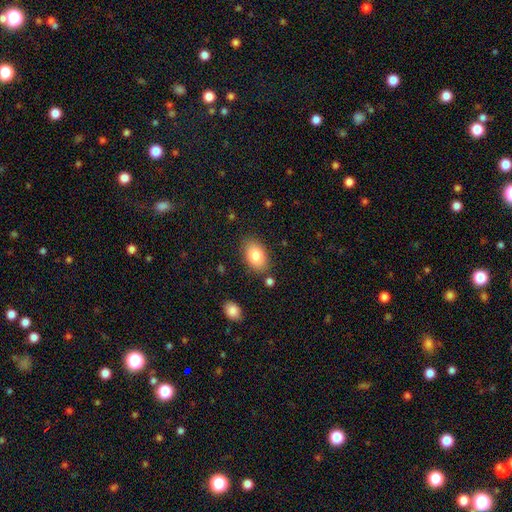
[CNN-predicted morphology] Smooth or featured: smooth — 82% (featured or disk — 11%)
How rounded: in between — 90% (round — 9%)
Merging: none — 82% (minor disturbance — 12%)